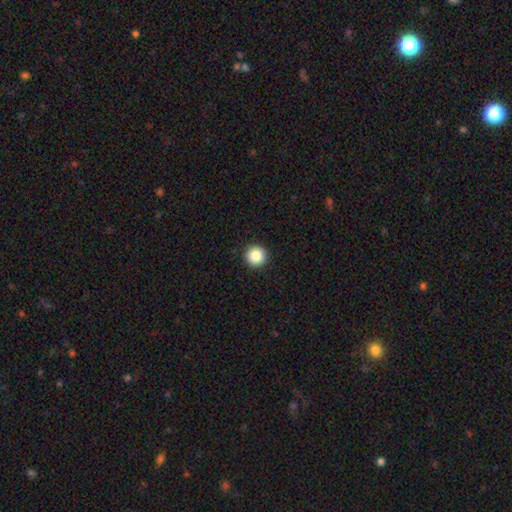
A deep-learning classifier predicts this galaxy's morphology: type=smooth (87%); roundness=round (96%); merging=none (93%).